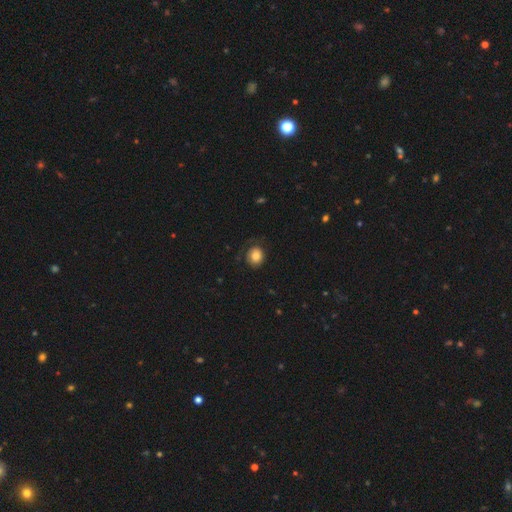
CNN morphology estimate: Q: Smooth or featured?
A: smooth (78%); runner-up: featured or disk (13%)
Q: How rounded?
A: round (76%); runner-up: in between (23%)
Q: Merging?
A: none (69%); runner-up: minor disturbance (18%)